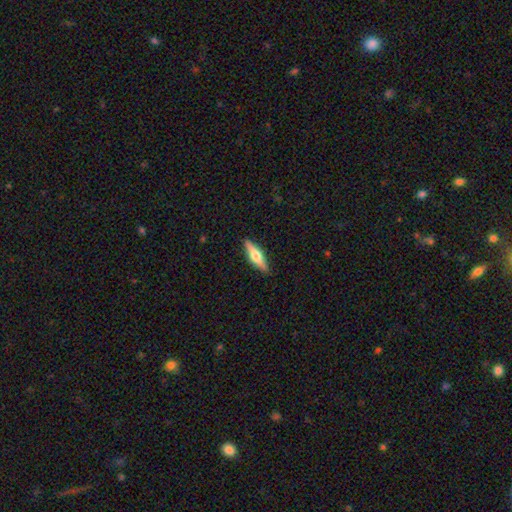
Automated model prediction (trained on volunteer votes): featured or disk 55%, smooth 40%, star or artifact 6%. Down the decision tree: edge-on disk — yes (95%); edge-on bulge — rounded (93%); merging — none (90%).